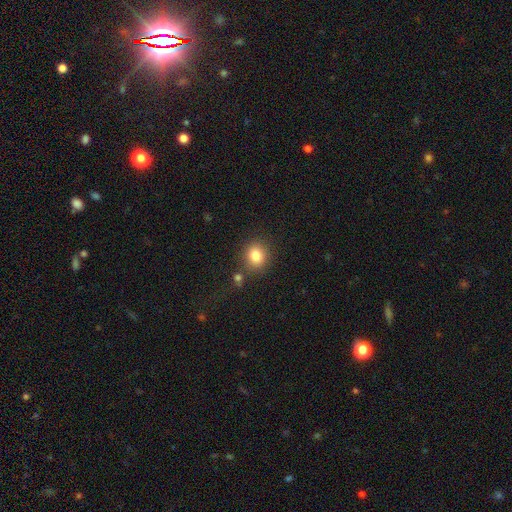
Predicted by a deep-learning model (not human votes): The model was most divided on "how rounded": round: 77%, in between: 22%, cigar-shaped: 1%. More confident: smooth or featured — smooth (83%); merging — none (79%).